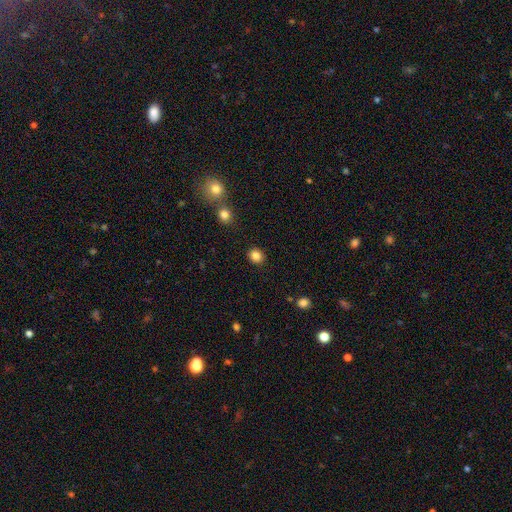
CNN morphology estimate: The model was most divided on "how rounded": round: 78%, in between: 21%, cigar-shaped: 1%. More confident: merging — none (90%); smooth or featured — smooth (85%).